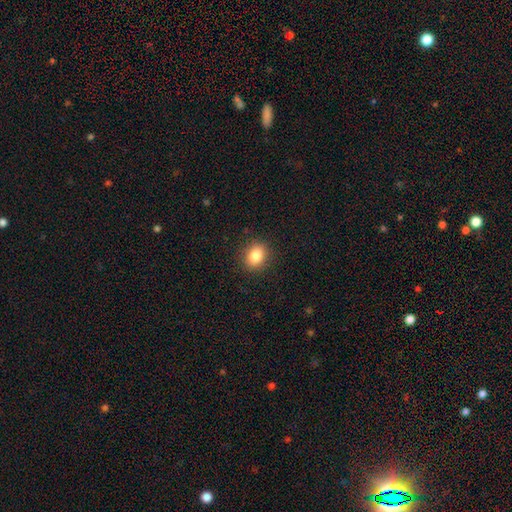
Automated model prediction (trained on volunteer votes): The model was most divided on "how rounded": in between: 60%, round: 38%, cigar-shaped: 1%. More confident: merging — none (89%); smooth or featured — smooth (84%).